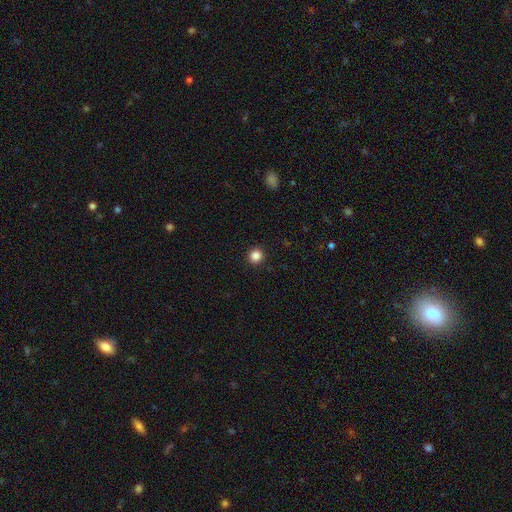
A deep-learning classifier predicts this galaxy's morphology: Smooth or featured? smooth (85%)
How rounded? round (95%)
Merging? none (93%)